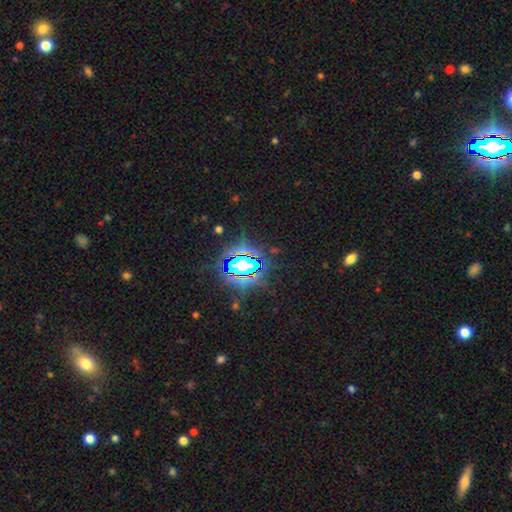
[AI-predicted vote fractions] Overall: star or artifact (82%).